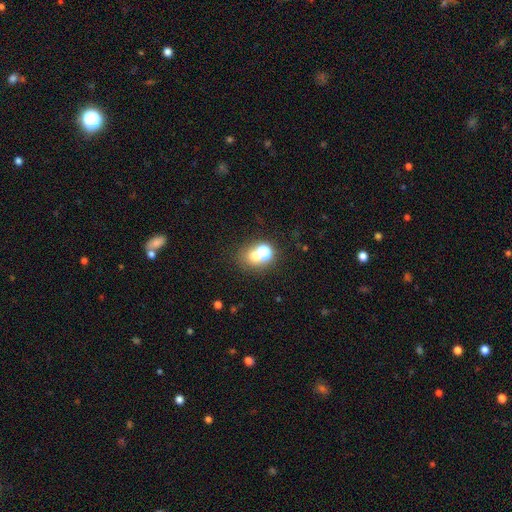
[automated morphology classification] type=smooth (59%); roundness=round (73%); merging=none (50%).